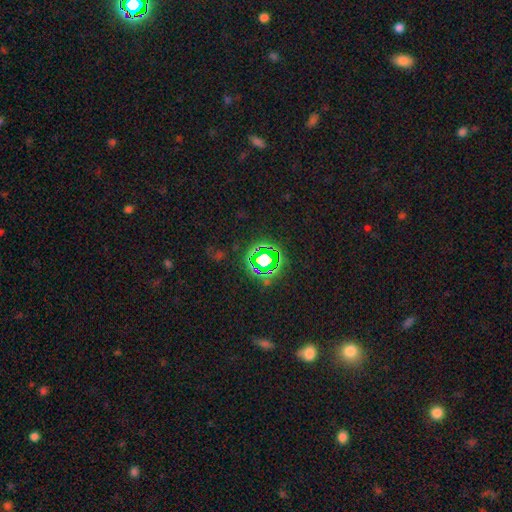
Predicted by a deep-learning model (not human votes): Q: Smooth or featured?
A: star or artifact (76%); runner-up: smooth (17%)